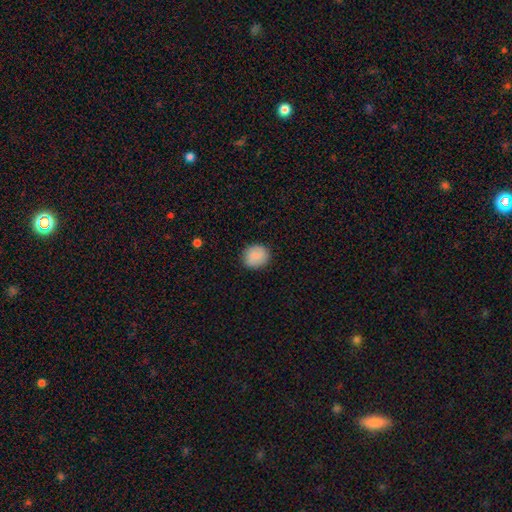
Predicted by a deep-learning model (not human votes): A smooth galaxy with no disk features (83%) that is round (82%). Merging: none (88%).